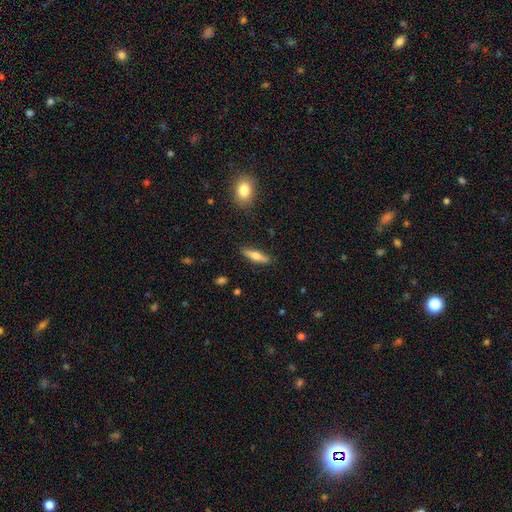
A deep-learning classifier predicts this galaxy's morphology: Smooth or featured? Predicted: smooth (p=0.56). How rounded? Predicted: cigar-shaped (p=0.72). Merging? Predicted: none (p=0.88).